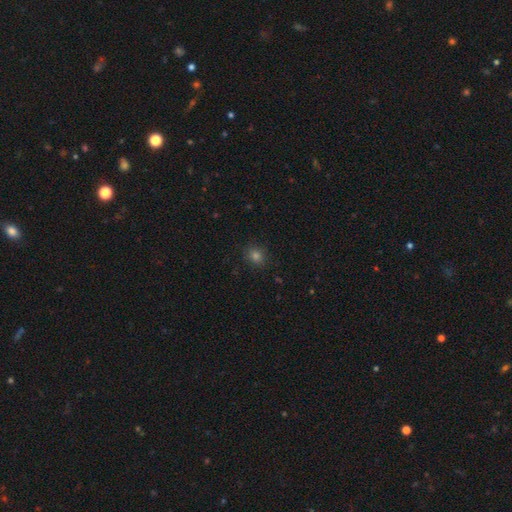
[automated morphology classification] type=smooth (77%); roundness=round (73%); merging=none (89%).